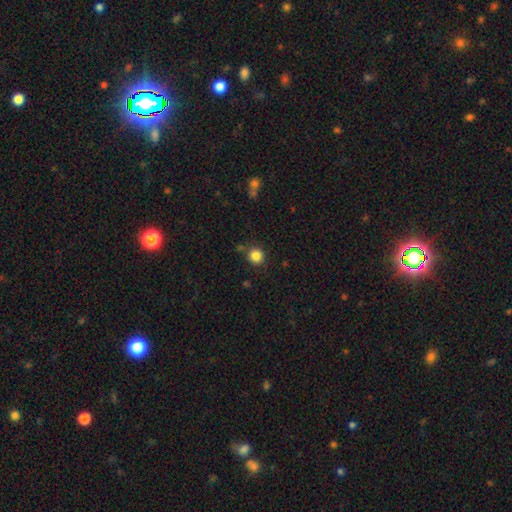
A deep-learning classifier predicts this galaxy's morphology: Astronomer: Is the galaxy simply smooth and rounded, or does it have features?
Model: smooth — 85%.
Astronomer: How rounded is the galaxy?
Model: round — 89%.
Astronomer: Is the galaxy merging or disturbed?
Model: none — 84%.